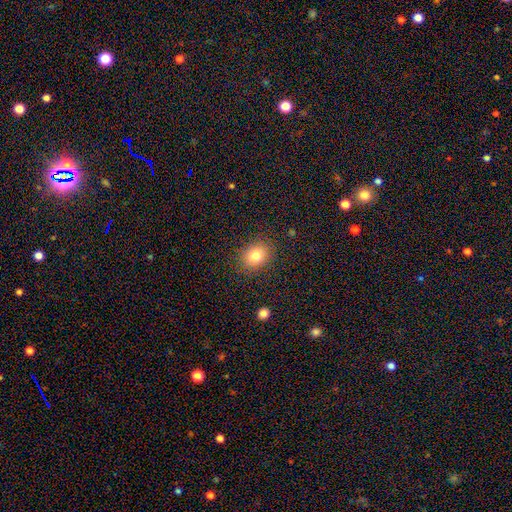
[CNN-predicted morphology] Q: Smooth or featured?
A: smooth (81%); runner-up: star or artifact (10%)
Q: How rounded?
A: in between (52%); runner-up: round (47%)
Q: Merging?
A: none (87%); runner-up: minor disturbance (9%)